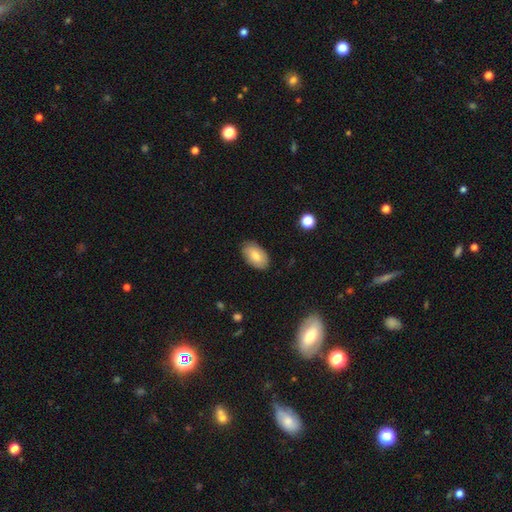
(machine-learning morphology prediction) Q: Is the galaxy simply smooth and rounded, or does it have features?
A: smooth — 82%.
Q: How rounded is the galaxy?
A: in between — 95%.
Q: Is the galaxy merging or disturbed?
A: none — 85%.